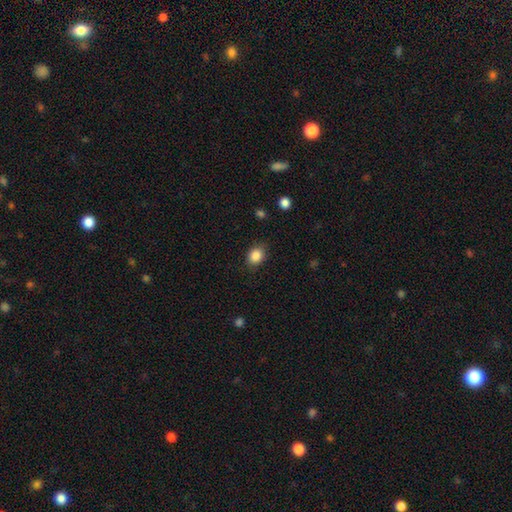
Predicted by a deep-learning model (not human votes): A smooth galaxy with no disk features (87%) that is in between round and cigar-shaped (51%).

Vote fractions:
- Smooth or featured? smooth: 87% / star or artifact: 9% / featured or disk: 4%
- How rounded? in between: 51% / round: 48% / cigar-shaped: 1%
- Merging? none: 83% / minor disturbance: 12% / major disturbance: 3% / merger: 1%